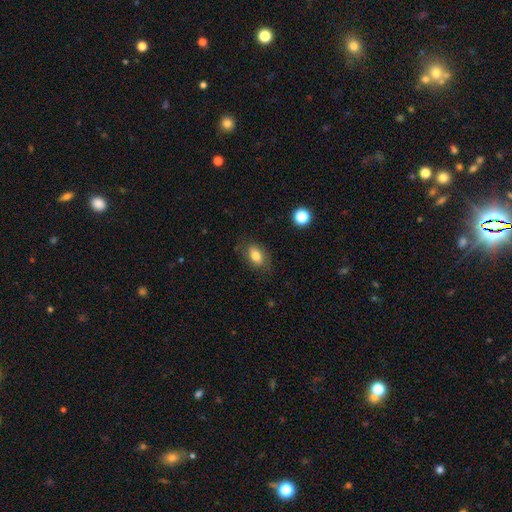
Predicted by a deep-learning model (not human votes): Smooth or featured? Predicted: smooth (p=0.78). How rounded? Predicted: in between (p=0.83). Merging? Predicted: none (p=0.77).